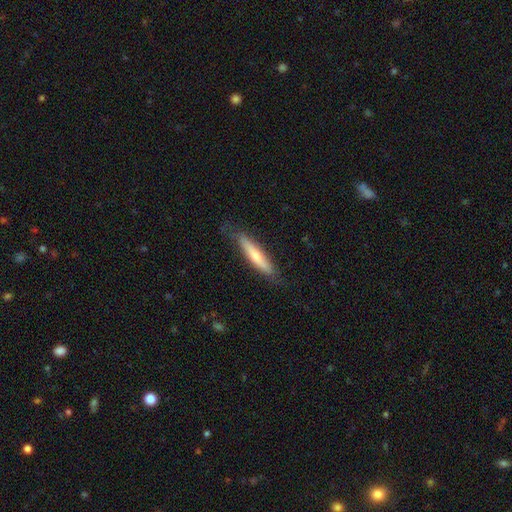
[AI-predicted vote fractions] smooth 55%, featured or disk 39%, star or artifact 6%. Down the decision tree: how rounded — cigar-shaped (88%); merging — none (78%).